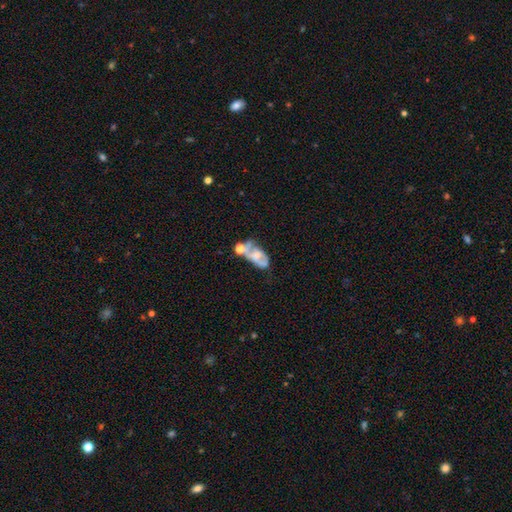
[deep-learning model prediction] Overall: featured or disk (53%; smooth 36%). Edge-on disk: no (95%). Bar: no (79%). Spiral arms: no (65%; yes 35%). Bulge size: small (31%, tied with moderate). Merging: merger (41%; major disturbance 23%).